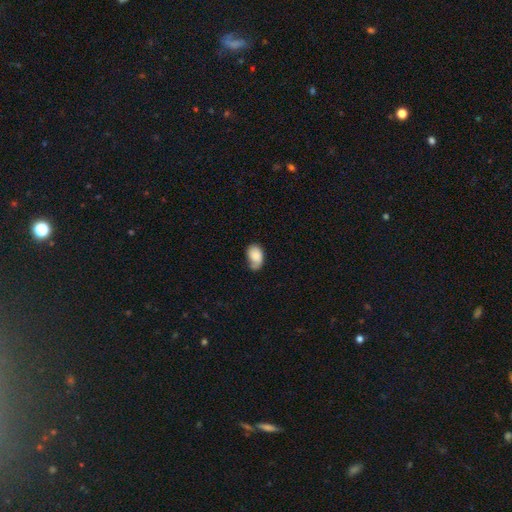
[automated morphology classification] This appears to be a smooth galaxy with no disk features (78%) that is in between round and cigar-shaped (87%). Merging: none (43%).